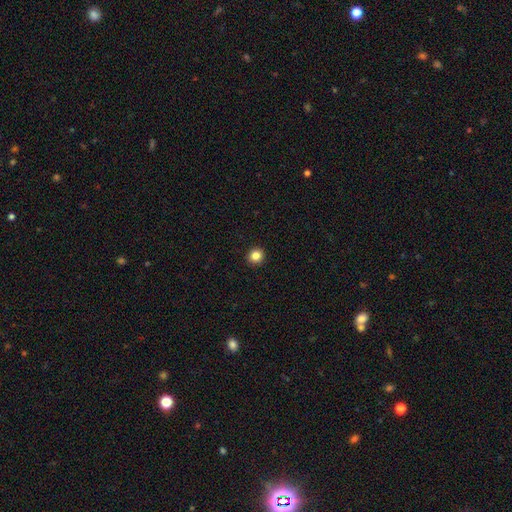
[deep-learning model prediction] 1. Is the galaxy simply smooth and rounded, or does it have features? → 84% smooth, 11% star or artifact, 5% featured or disk.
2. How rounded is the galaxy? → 91% round, 8% in between, 1% cigar-shaped.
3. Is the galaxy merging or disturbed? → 93% none, 4% minor disturbance, 1% major disturbance, 1% merger.